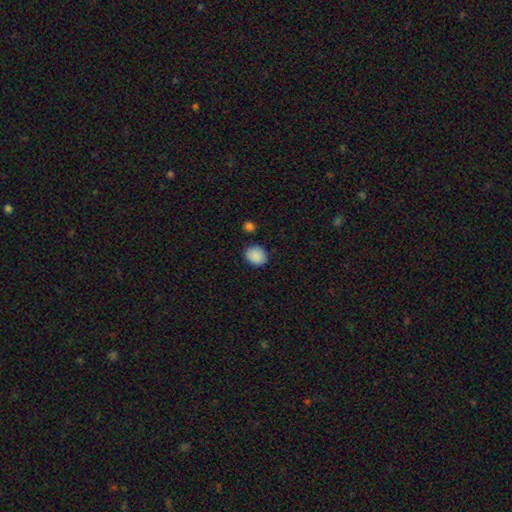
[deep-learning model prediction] A smooth galaxy with no disk features (89%) that is round (58%).

Vote fractions:
- Smooth or featured? smooth: 89% / star or artifact: 8% / featured or disk: 3%
- How rounded? round: 58% / in between: 41% / cigar-shaped: 1%
- Merging? none: 82% / minor disturbance: 12% / merger: 3% / major disturbance: 3%